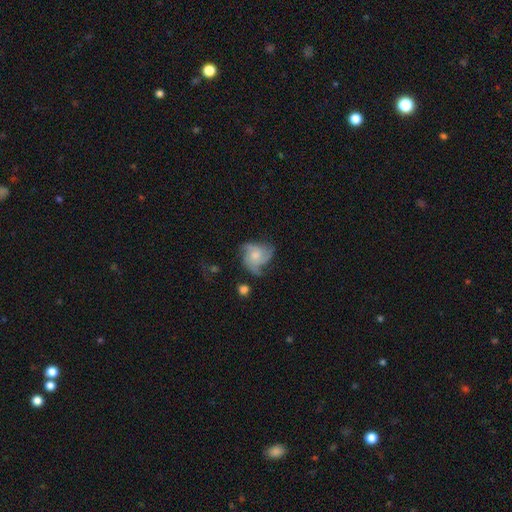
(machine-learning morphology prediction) A featured or disk galaxy (69%) with no bar (76%), 3 (55%) medium (46%) spiral arms (92%) and a moderate central bulge (44%). Merging: none (54%).